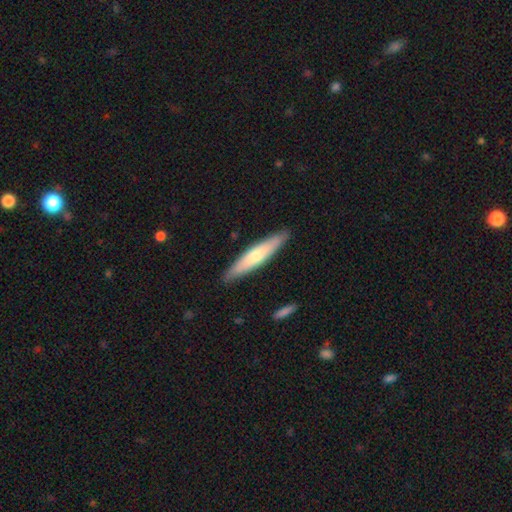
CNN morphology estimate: Smooth or featured? smooth (57%)
How rounded? cigar-shaped (87%)
Merging? none (88%)